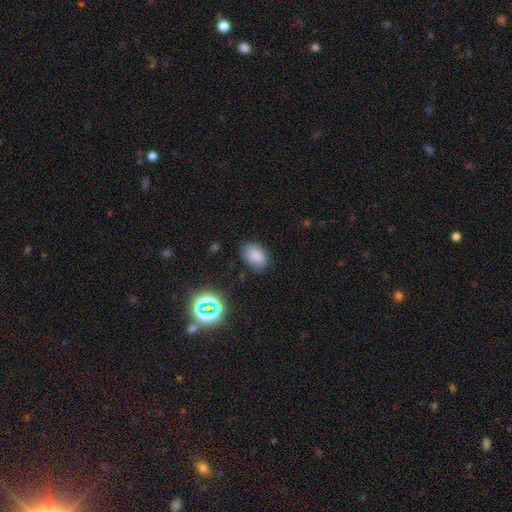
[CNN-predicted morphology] Smooth or featured? smooth (80%)
How rounded? in between (80%)
Merging? none (74%)